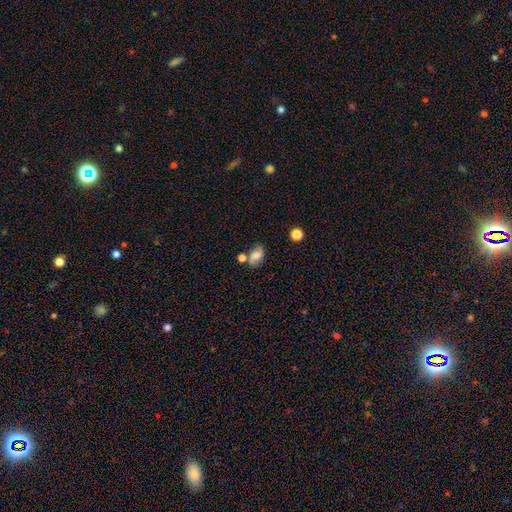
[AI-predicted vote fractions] Smooth or featured? Predicted: smooth (p=0.66). How rounded? Predicted: in between (p=0.84). Merging? Predicted: none (p=0.57).